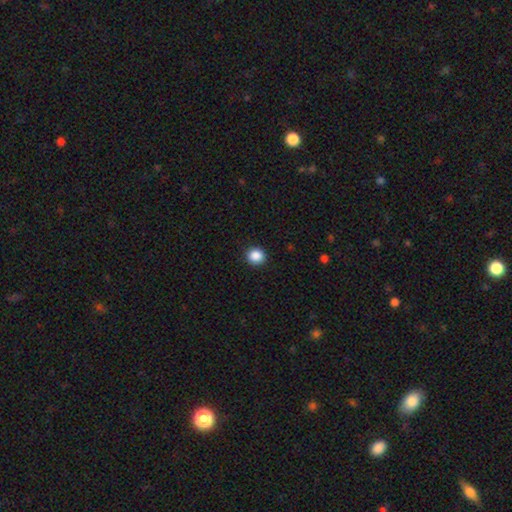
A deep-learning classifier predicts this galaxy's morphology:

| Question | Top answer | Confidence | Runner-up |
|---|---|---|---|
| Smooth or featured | smooth | 87% | star or artifact (10%) |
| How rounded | round | 90% | in between (9%) |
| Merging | none | 92% | minor disturbance (5%) |